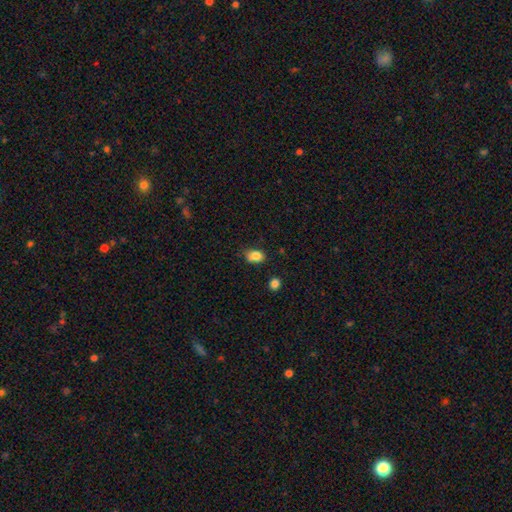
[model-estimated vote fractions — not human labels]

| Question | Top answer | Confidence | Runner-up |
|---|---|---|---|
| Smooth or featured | smooth | 85% | star or artifact (9%) |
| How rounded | in between | 76% | round (23%) |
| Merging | none | 73% | minor disturbance (21%) |